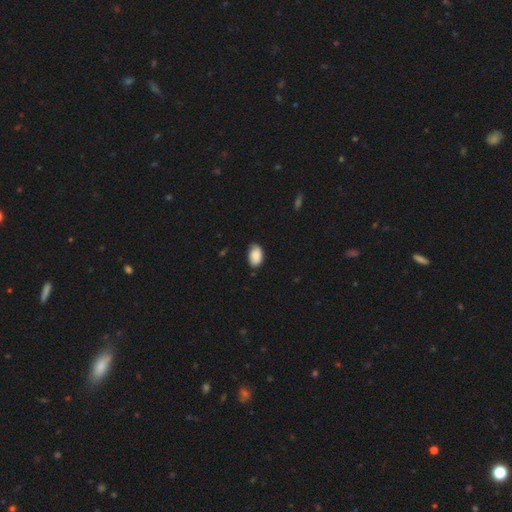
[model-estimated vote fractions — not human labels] This is clearly a smooth galaxy (87%). How rounded: clearly in between (92%). Merging: likely none (70%).